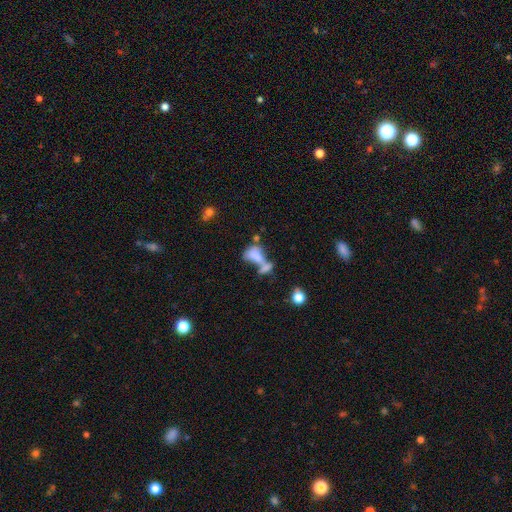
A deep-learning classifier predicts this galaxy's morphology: Overall: smooth (62%; featured or disk 26%). How rounded: in between (81%). Merging: merger (63%).